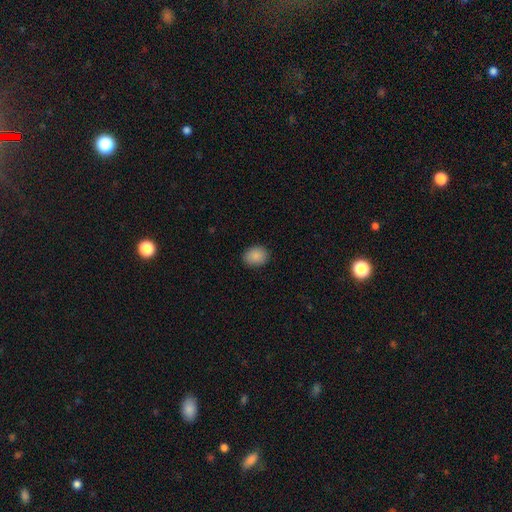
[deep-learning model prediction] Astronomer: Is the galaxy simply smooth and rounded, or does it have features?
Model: smooth — 88%.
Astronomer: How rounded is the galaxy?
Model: in between — 57% (runner-up: round, 42%).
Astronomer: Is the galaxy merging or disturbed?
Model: none — 87%.